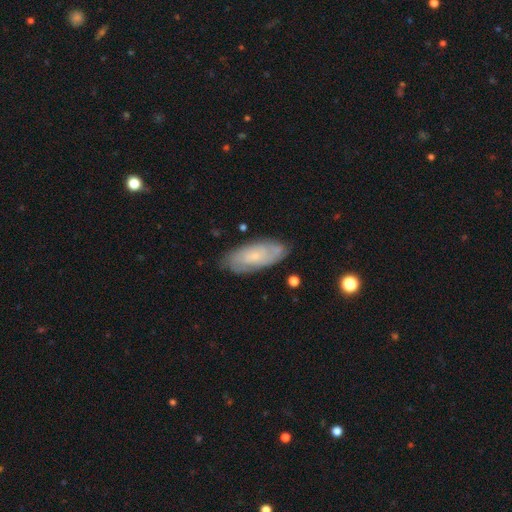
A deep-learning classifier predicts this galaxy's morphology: This is possibly a featured or disk galaxy (51%). It is clearly not viewed edge-on (87%). Merging: likely none (77%).